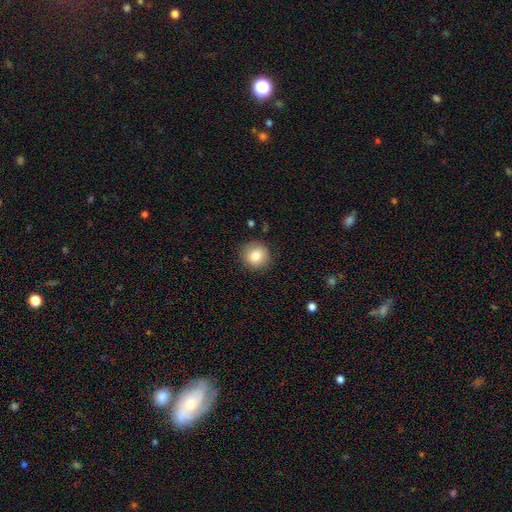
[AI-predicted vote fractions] Q: Smooth or featured?
A: smooth (81%); runner-up: featured or disk (10%)
Q: How rounded?
A: round (92%); runner-up: in between (7%)
Q: Merging?
A: none (88%); runner-up: minor disturbance (9%)